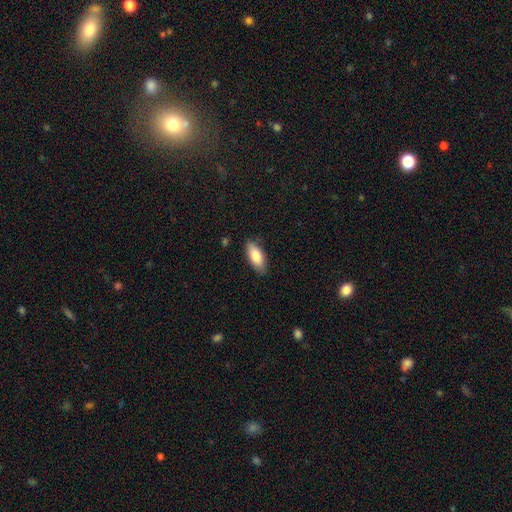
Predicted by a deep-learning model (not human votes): This is clearly a smooth galaxy (81%). How rounded: clearly in between (82%). Merging: clearly none (83%).